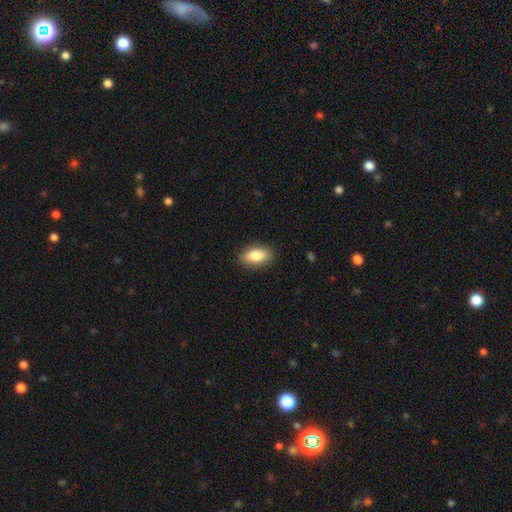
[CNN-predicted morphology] Smooth or featured? smooth (84%)
How rounded? in between (89%)
Merging? none (88%)